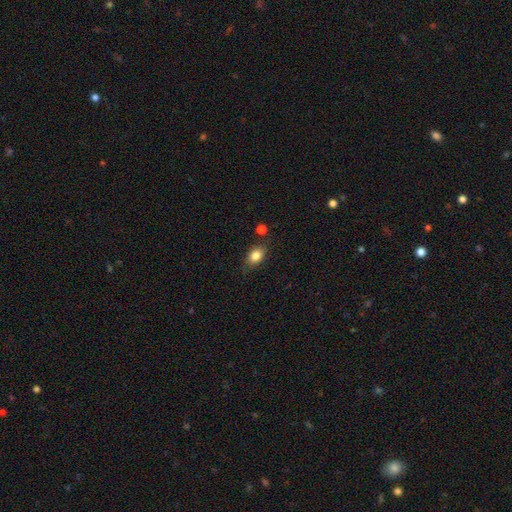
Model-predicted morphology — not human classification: Overall: smooth (84%). How rounded: in between (79%). Merging: none (75%).